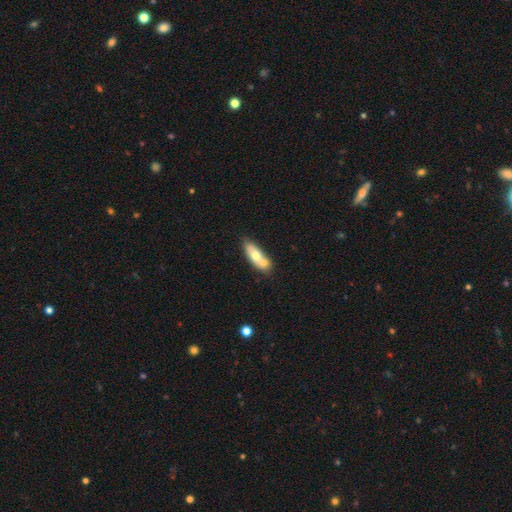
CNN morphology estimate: This is likely a smooth galaxy (60%). How rounded: likely in between (66%). Merging: possibly none (45%).